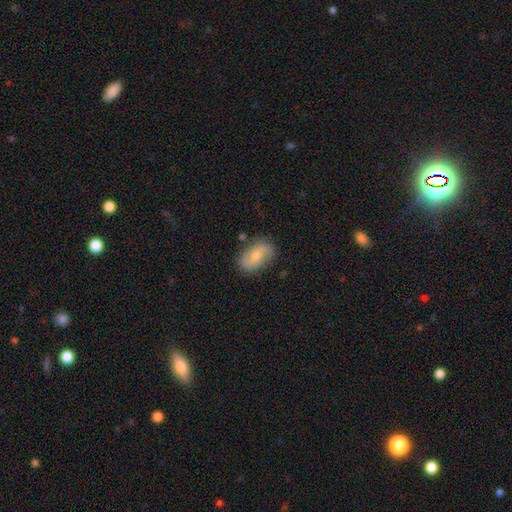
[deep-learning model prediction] A featured or disk galaxy (49%).

Vote fractions:
- Smooth or featured? featured or disk: 49% / smooth: 44% / star or artifact: 8%
- Merging? none: 76% / minor disturbance: 18% / major disturbance: 4% / merger: 2%